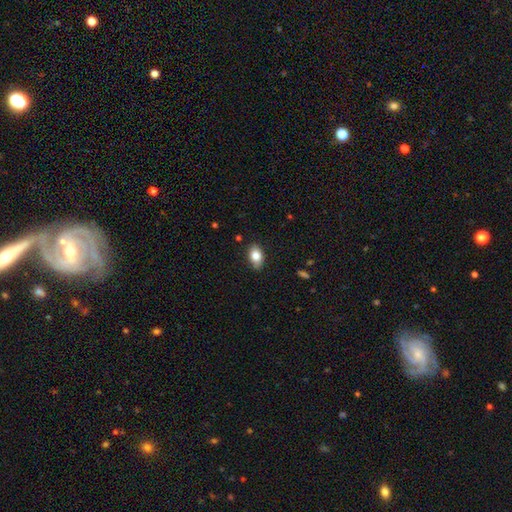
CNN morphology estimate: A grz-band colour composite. It shows a smooth galaxy with no disk features (83%) that is in between round and cigar-shaped (89%). Merging: none (82%).